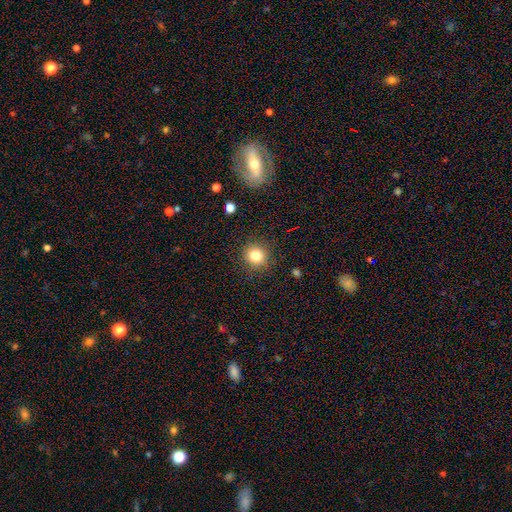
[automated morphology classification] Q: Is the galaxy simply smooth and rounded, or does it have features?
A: smooth — 82%.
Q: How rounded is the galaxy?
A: round — 91%.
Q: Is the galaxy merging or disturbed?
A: none — 89%.